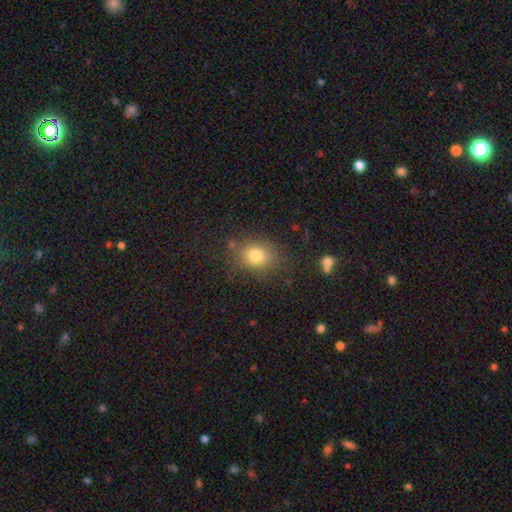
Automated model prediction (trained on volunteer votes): smooth 78%, star or artifact 13%, featured or disk 9%. Down the decision tree: how rounded — round (59%); merging — none (79%).